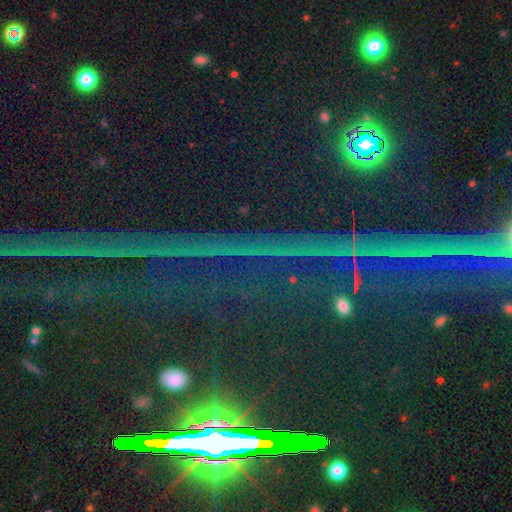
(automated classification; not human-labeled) Overall: star or artifact (87%).